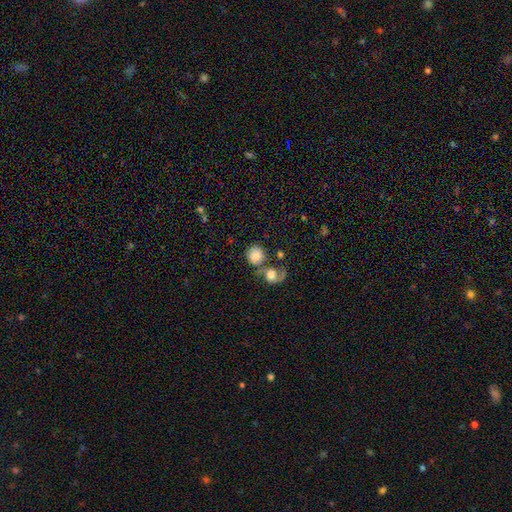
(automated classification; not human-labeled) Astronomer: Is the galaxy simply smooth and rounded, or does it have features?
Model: smooth — 74%.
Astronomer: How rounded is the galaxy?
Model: round — 86%.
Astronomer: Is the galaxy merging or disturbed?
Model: none — 48% (runner-up: merger, 33%).